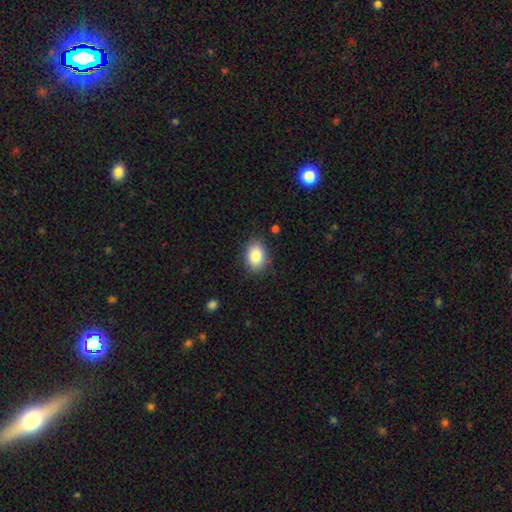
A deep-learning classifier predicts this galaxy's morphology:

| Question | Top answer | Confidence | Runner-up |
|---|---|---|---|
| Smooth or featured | smooth | 86% | star or artifact (8%) |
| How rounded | in between | 79% | round (20%) |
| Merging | none | 84% | minor disturbance (12%) |